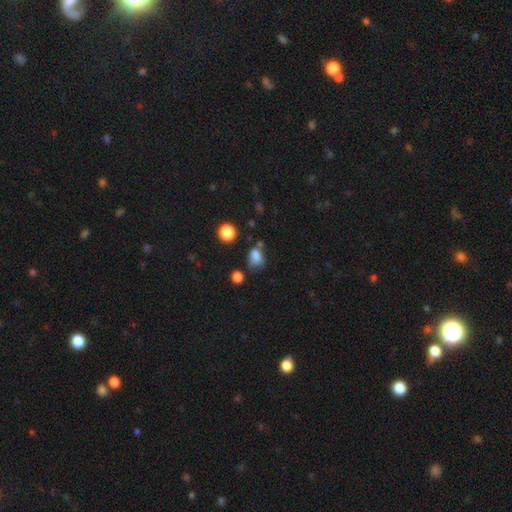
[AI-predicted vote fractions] Smooth or featured: smooth — 78% (star or artifact — 14%)
How rounded: in between — 64% (round — 34%)
Merging: none — 46% (minor disturbance — 29%)